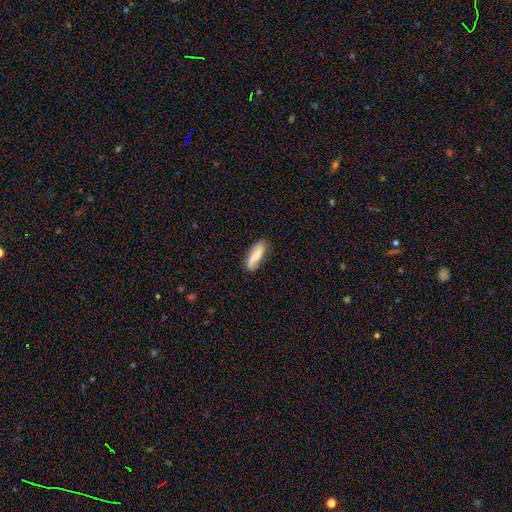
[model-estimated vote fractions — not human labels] Smooth or featured? Predicted: smooth (p=0.61). How rounded? Predicted: in between (p=0.55). Merging? Predicted: none (p=0.72).